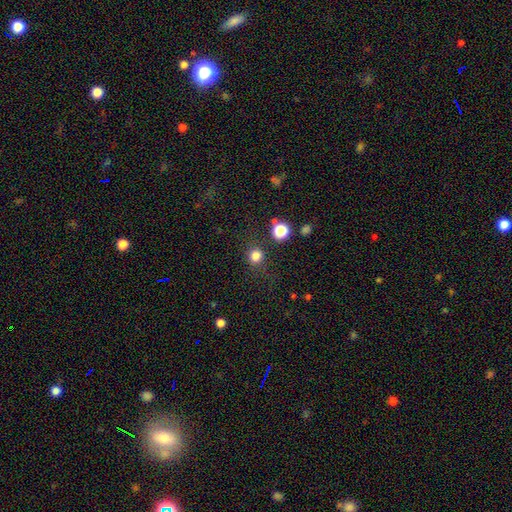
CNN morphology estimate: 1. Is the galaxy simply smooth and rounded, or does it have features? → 80% smooth, 15% star or artifact, 5% featured or disk.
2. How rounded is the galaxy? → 88% round, 11% in between, 1% cigar-shaped.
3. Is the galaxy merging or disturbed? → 83% none, 9% minor disturbance, 4% major disturbance, 3% merger.